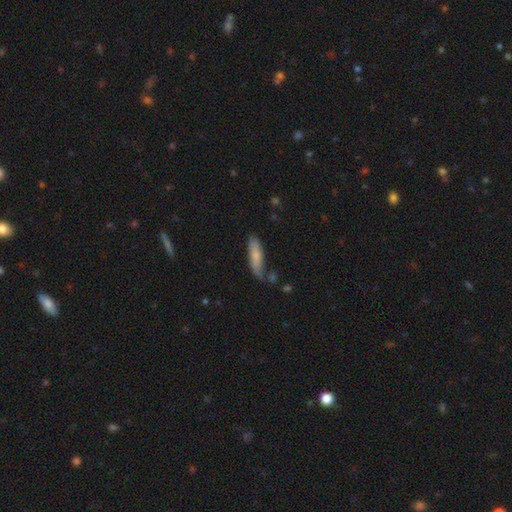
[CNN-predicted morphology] Smooth or featured?
  - smooth: 75% *
  - featured or disk: 18%
  - star or artifact: 6%
How rounded?
  - cigar-shaped: 67% *
  - in between: 32%
  - round: 2%
Merging?
  - none: 67% *
  - minor disturbance: 23%
  - merger: 6%
  - major disturbance: 5%